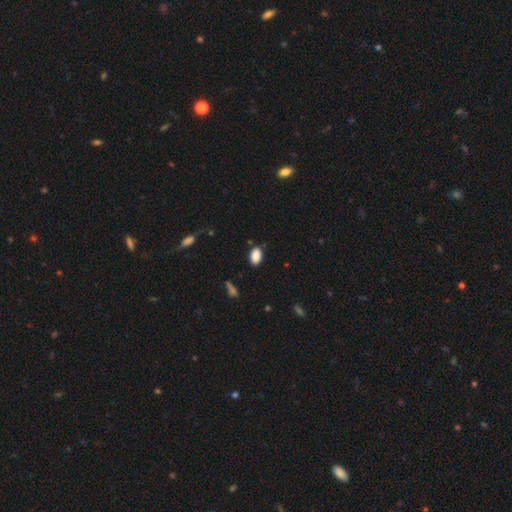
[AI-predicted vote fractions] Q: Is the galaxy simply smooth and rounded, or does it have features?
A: smooth — 88%.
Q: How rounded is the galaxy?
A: in between — 92%.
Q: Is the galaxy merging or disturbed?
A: none — 84%.